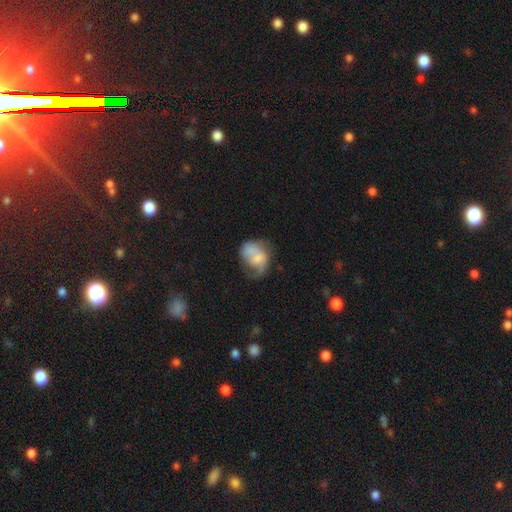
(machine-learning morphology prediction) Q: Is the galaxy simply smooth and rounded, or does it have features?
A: smooth — 48%.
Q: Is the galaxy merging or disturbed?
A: major disturbance — 31%.